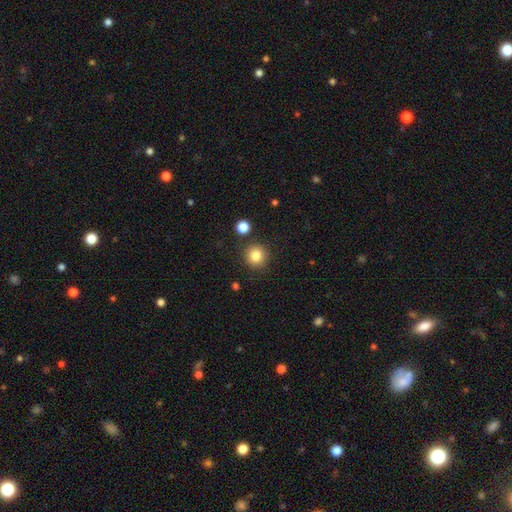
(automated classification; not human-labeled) Overall: smooth (84%). How rounded: round (93%). Merging: none (87%).